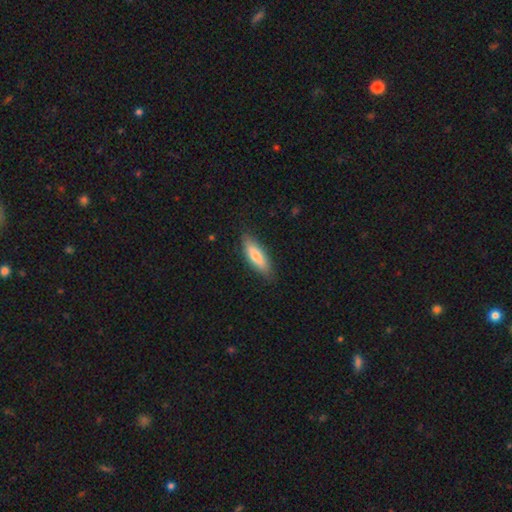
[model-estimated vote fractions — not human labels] Smooth or featured?
  - smooth: 77% *
  - featured or disk: 18%
  - star or artifact: 5%
How rounded?
  - in between: 51% *
  - cigar-shaped: 48%
  - round: 2%
Merging?
  - none: 84% *
  - minor disturbance: 13%
  - major disturbance: 2%
  - merger: 1%